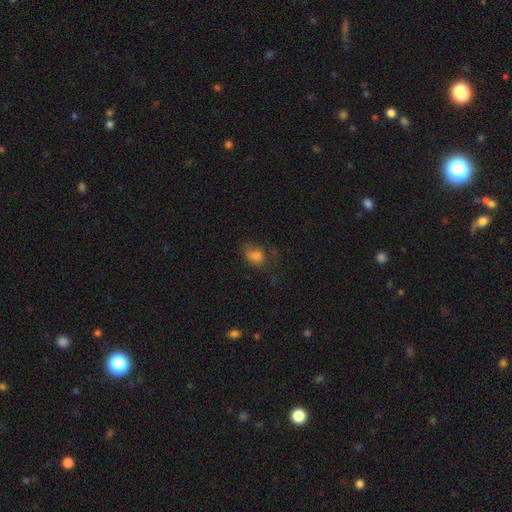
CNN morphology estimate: smooth 78%, star or artifact 12%, featured or disk 9%. Down the decision tree: how rounded — in between (63%); merging — none (47%).